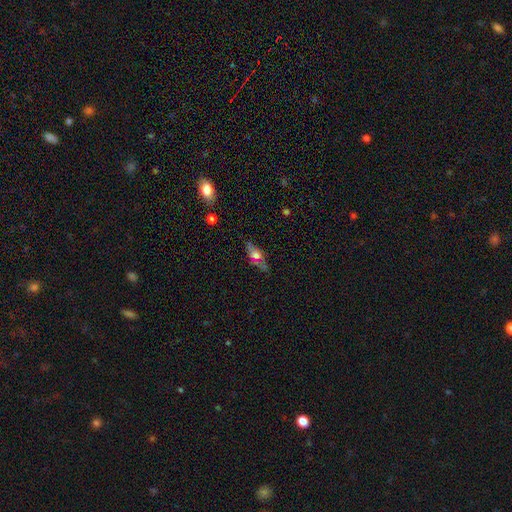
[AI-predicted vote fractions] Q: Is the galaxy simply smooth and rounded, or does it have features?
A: smooth — 44%.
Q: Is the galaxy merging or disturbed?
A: none — 76%.